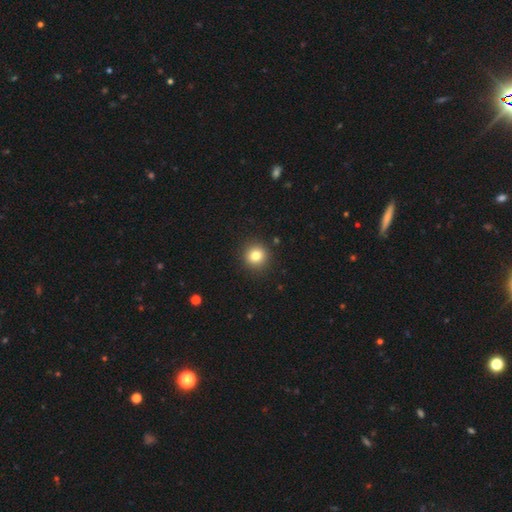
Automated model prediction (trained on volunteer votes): Smooth or featured: smooth — 81% (star or artifact — 11%)
How rounded: round — 93% (in between — 6%)
Merging: none — 91% (minor disturbance — 5%)